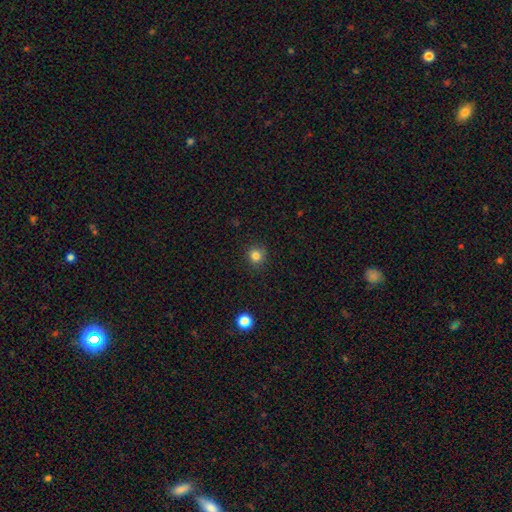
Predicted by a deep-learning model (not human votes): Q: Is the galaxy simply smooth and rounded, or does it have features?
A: smooth — 82%.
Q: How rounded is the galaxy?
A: round — 92%.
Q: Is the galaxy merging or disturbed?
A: none — 89%.